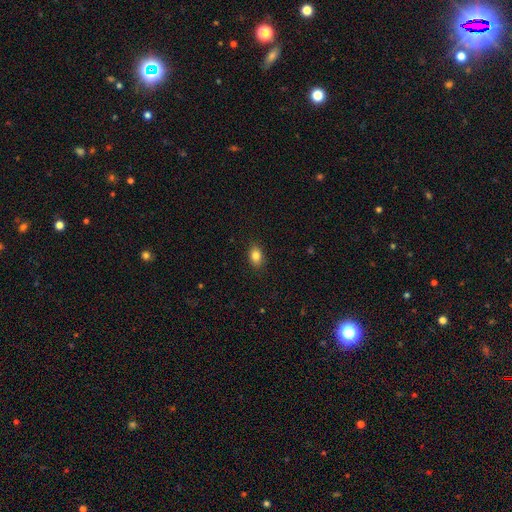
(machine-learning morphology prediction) smooth_or_featured: smooth (p=0.84) [alt: star or artifact p=0.09]
how_rounded: in between (p=0.76) [alt: round p=0.22]
merging: none (p=0.88) [alt: minor disturbance p=0.09]